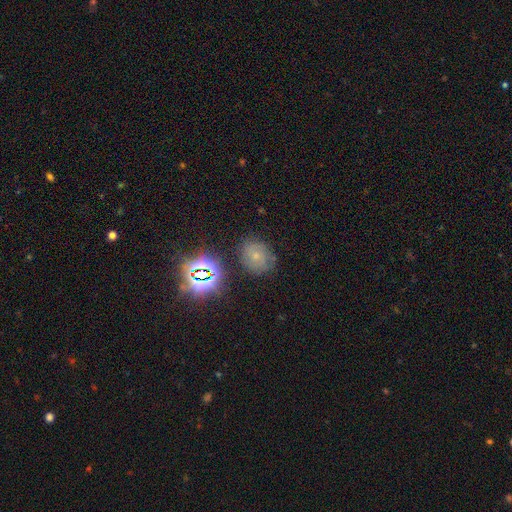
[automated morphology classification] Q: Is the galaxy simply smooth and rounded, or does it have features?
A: smooth — 46%.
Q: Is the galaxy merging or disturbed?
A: none — 75%.